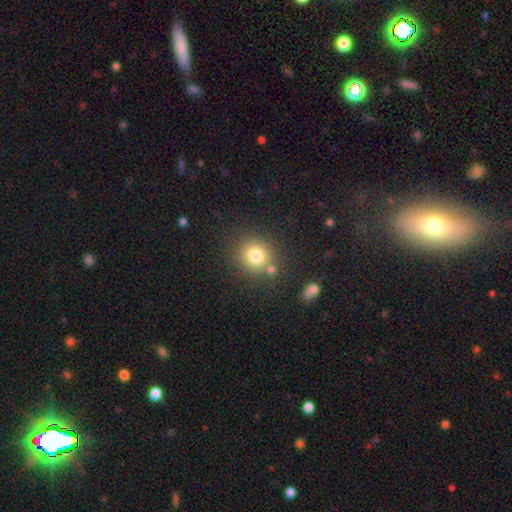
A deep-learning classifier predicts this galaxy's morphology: Smooth or featured? Predicted: smooth (p=0.78). How rounded? Predicted: round (p=0.89). Merging? Predicted: none (p=0.74).